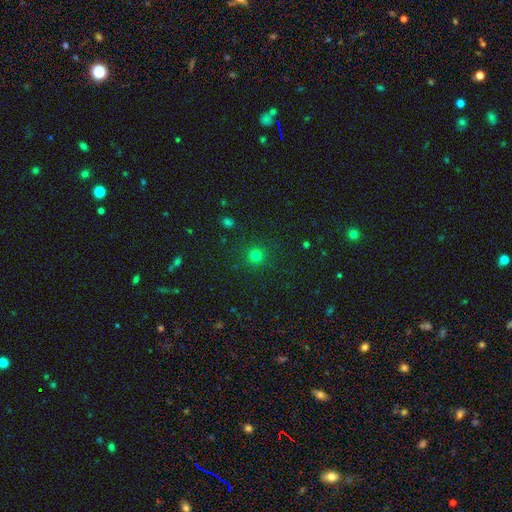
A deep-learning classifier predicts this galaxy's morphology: smooth-or-featured: smooth: 77% | star or artifact: 18% | featured or disk: 5%
  how-rounded: round: 94% | in between: 5% | cigar-shaped: 1%
  merging: none: 89% | minor disturbance: 7% | major disturbance: 3% | merger: 1%